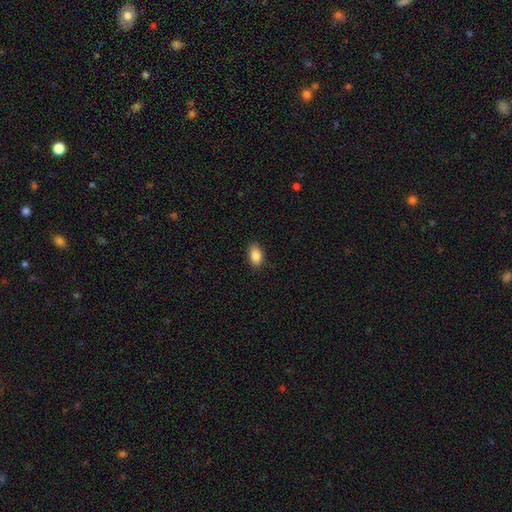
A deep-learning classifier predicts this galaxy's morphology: Smooth or featured? smooth (89%)
How rounded? in between (92%)
Merging? none (87%)